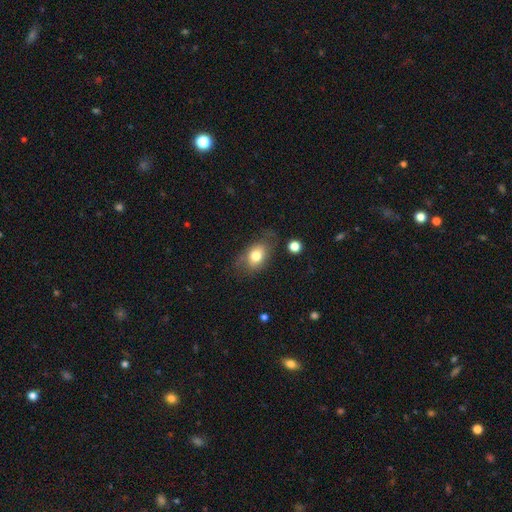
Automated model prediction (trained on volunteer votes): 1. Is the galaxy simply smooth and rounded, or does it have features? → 75% smooth, 17% featured or disk, 9% star or artifact.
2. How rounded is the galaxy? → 78% in between, 20% round, 2% cigar-shaped.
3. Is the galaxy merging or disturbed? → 62% none, 25% minor disturbance, 10% major disturbance, 3% merger.